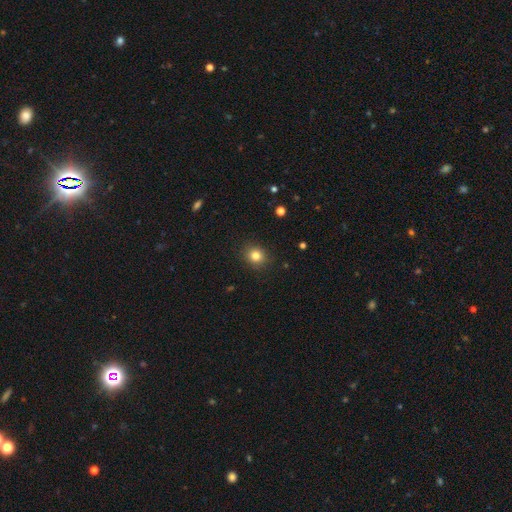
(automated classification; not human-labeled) Smooth or featured?
  - smooth: 82% *
  - star or artifact: 12%
  - featured or disk: 6%
How rounded?
  - round: 79% *
  - in between: 20%
  - cigar-shaped: 1%
Merging?
  - none: 90% *
  - minor disturbance: 7%
  - major disturbance: 2%
  - merger: 1%